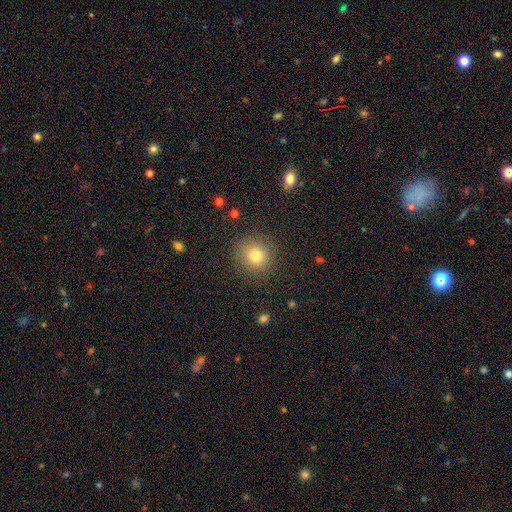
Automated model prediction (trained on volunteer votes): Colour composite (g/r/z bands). It shows a smooth galaxy with no disk features (78%) that is round (90%). Merging: none (87%).